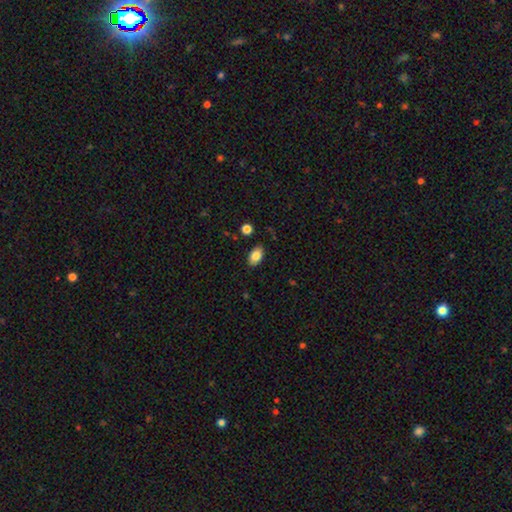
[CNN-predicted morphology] type=smooth (85%); roundness=in between (91%); merging=none (85%).